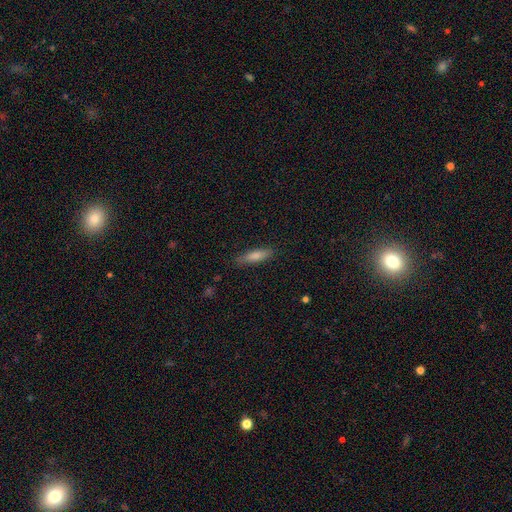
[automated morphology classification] Smooth or featured?
  - smooth: 79% *
  - featured or disk: 15%
  - star or artifact: 6%
How rounded?
  - cigar-shaped: 66% *
  - in between: 32%
  - round: 2%
Merging?
  - none: 84% *
  - minor disturbance: 12%
  - major disturbance: 2%
  - merger: 1%